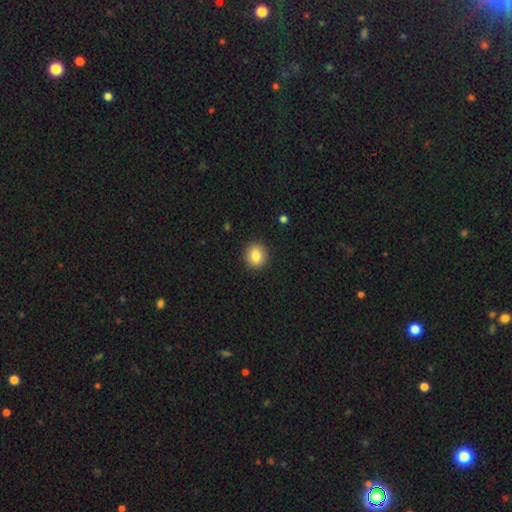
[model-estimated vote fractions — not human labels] Smooth or featured?
  - smooth: 83% *
  - star or artifact: 9%
  - featured or disk: 8%
How rounded?
  - round: 83% *
  - in between: 16%
  - cigar-shaped: 1%
Merging?
  - none: 92% *
  - minor disturbance: 6%
  - major disturbance: 2%
  - merger: 1%